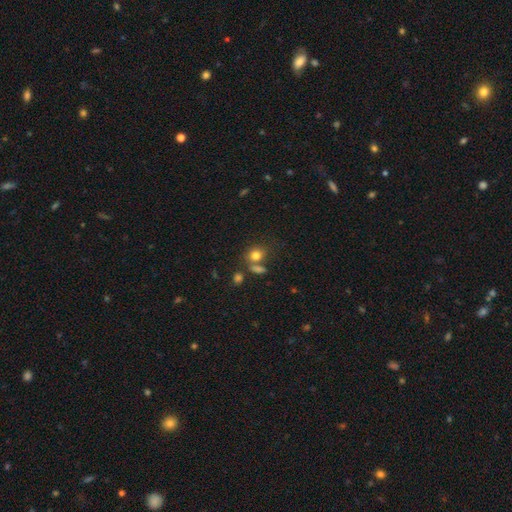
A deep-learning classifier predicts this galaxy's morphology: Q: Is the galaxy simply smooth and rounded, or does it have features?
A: smooth — 78%.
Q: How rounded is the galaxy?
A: round — 60%.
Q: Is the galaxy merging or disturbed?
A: none — 55%.